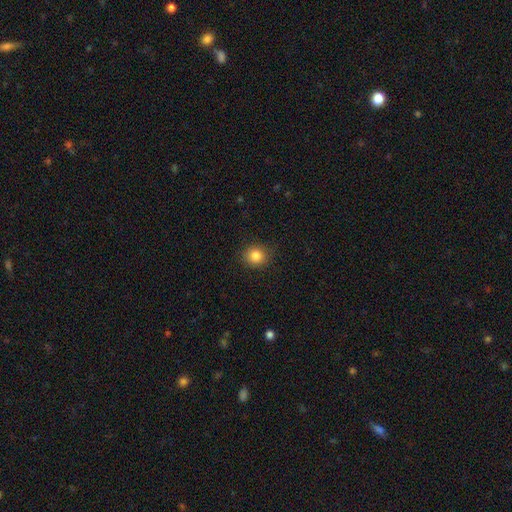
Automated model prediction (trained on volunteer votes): Morphology: type=smooth (84%); roundness=round (86%); merging=none (88%).